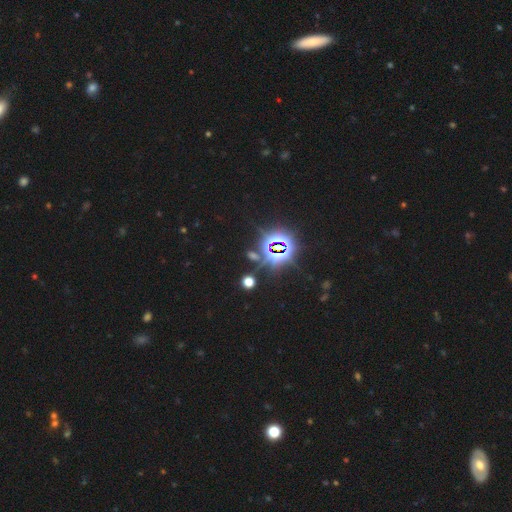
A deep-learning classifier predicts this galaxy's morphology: Smooth or featured? star or artifact (78%)